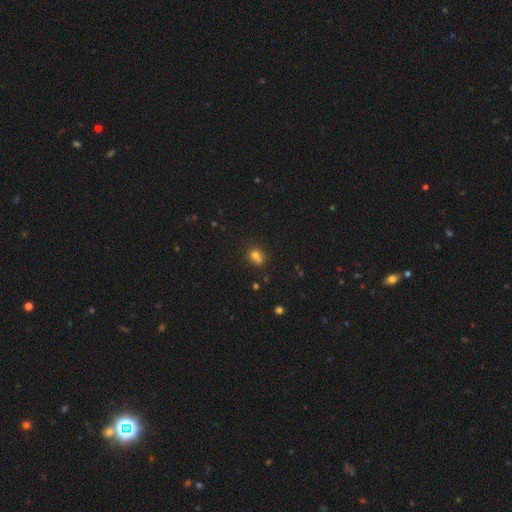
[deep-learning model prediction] smooth-or-featured: smooth: 73% | star or artifact: 15% | featured or disk: 12%
  how-rounded: round: 69% | in between: 30% | cigar-shaped: 1%
  merging: none: 46% | merger: 36% | minor disturbance: 14% | major disturbance: 5%